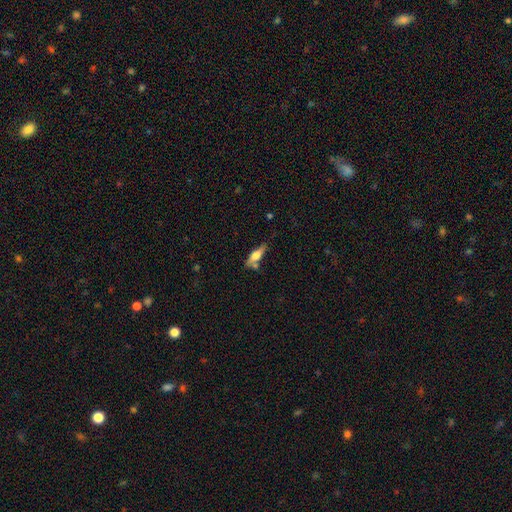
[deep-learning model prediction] This appears to be a smooth galaxy with no disk features (48%). Merging: none (64%).